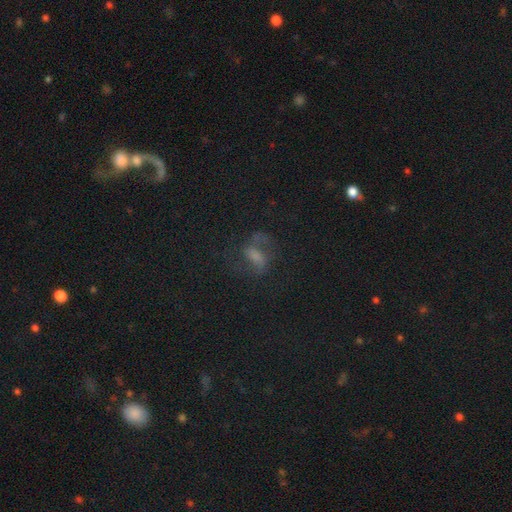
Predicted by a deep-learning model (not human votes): This appears to be a featured or disk galaxy (48%). Merging: none (56%).